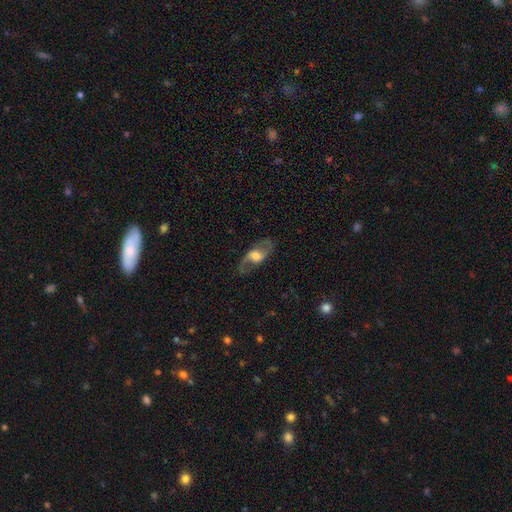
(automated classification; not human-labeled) Smooth or featured? Predicted: featured or disk (p=0.70). Edge-on disk? Predicted: no (p=0.84). Bar? Predicted: no (p=0.46). Spiral arms? Predicted: yes (p=0.81). Bulge size? Predicted: large (p=0.49). Merging? Predicted: none (p=0.75).